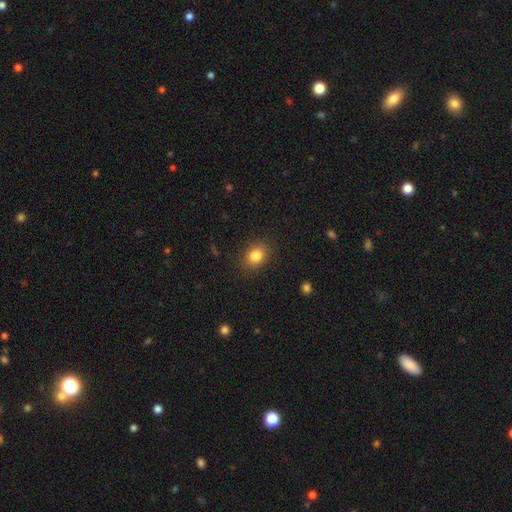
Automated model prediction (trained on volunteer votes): Morphology: type=smooth (84%); roundness=round (50%); merging=none (87%).